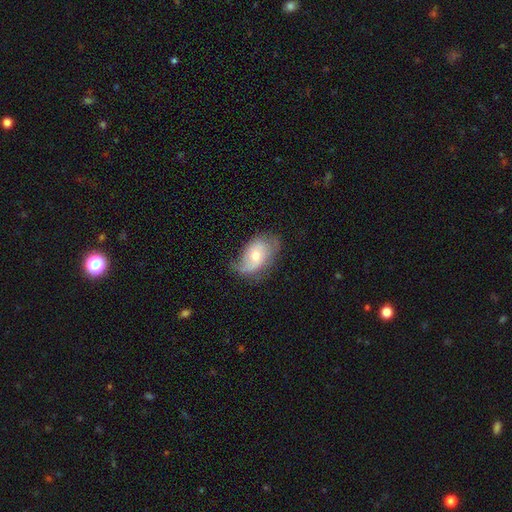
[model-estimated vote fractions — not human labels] The model was most divided on "smooth or featured": featured or disk: 47%, smooth: 45%, star or artifact: 8%. Remaining: merging — none (49%).